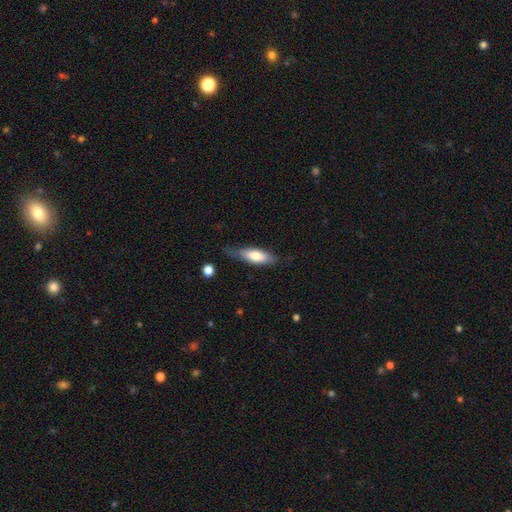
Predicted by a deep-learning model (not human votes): smooth 71%, featured or disk 23%, star or artifact 6%. Down the decision tree: how rounded — in between (59%); merging — none (62%).